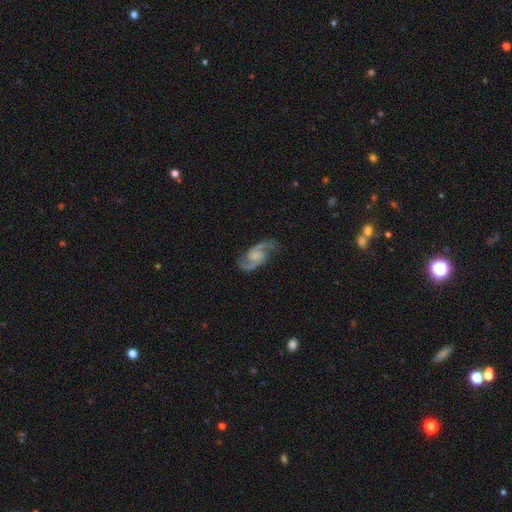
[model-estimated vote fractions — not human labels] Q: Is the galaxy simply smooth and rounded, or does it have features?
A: featured or disk — 91%.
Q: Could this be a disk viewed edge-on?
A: no — 98%.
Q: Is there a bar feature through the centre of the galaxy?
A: no — 53%.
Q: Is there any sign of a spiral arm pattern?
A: yes — 98%.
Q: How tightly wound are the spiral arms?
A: medium — 60%.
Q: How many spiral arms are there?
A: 2 — 94%.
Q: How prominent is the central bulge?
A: small — 41%.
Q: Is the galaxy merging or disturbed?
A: none — 79%.